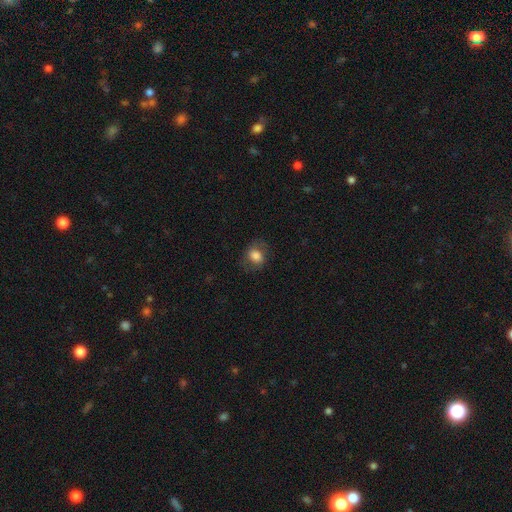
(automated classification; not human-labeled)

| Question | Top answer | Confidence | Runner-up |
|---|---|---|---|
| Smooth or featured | smooth | 74% | featured or disk (17%) |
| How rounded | in between | 50% | round (49%) |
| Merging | none | 72% | minor disturbance (17%) |